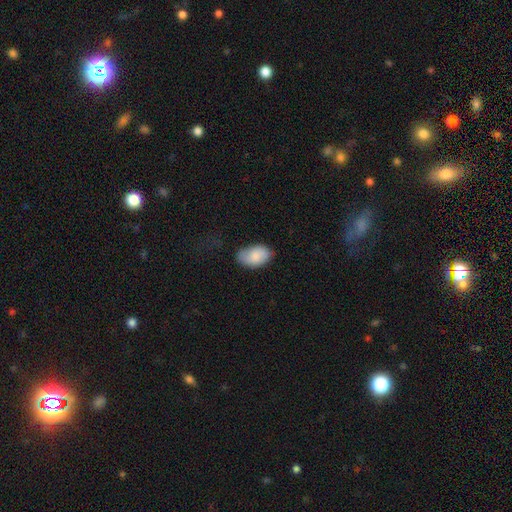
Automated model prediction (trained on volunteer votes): Overall: smooth (84%). How rounded: in between (93%). Merging: none (68%).